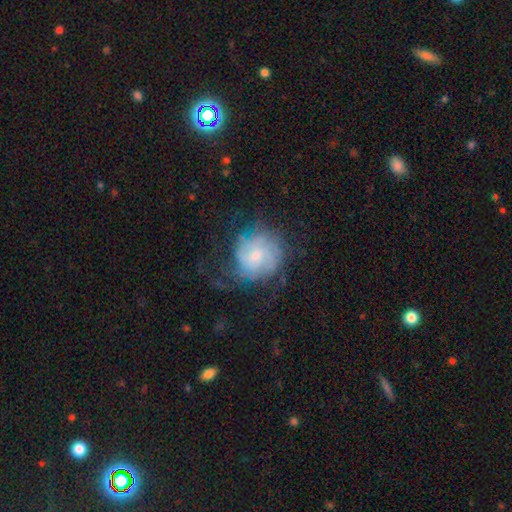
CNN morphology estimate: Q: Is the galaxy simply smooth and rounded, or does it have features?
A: featured or disk — 60%.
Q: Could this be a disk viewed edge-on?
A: no — 98%.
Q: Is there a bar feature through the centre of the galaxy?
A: no — 63%.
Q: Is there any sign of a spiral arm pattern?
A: yes — 80%.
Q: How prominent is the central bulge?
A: small — 59%.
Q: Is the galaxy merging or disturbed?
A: none — 53%.